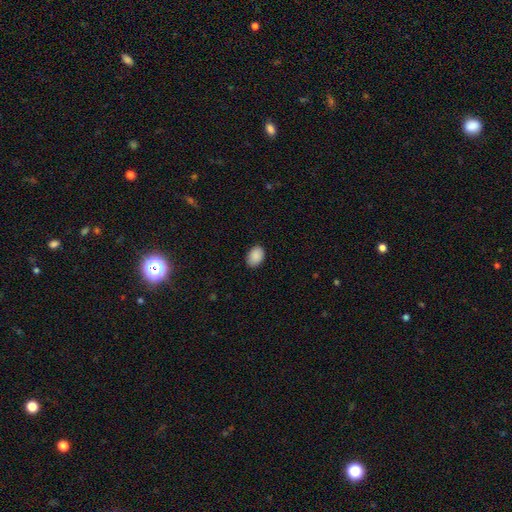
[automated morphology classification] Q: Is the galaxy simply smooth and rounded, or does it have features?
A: smooth — 90%.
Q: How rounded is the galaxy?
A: in between — 80%.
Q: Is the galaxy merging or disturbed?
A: none — 87%.